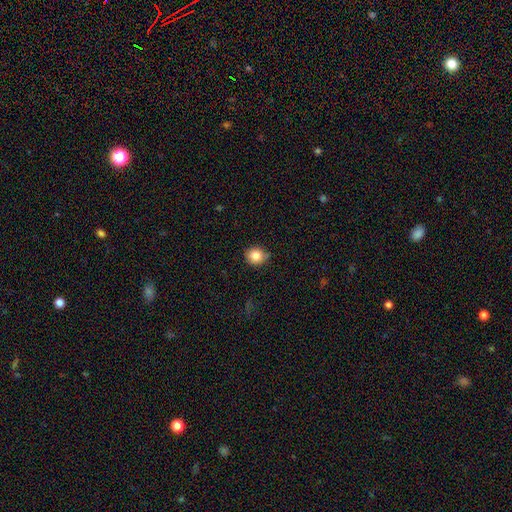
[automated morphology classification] Smooth or featured? smooth (83%)
How rounded? round (85%)
Merging? none (77%)